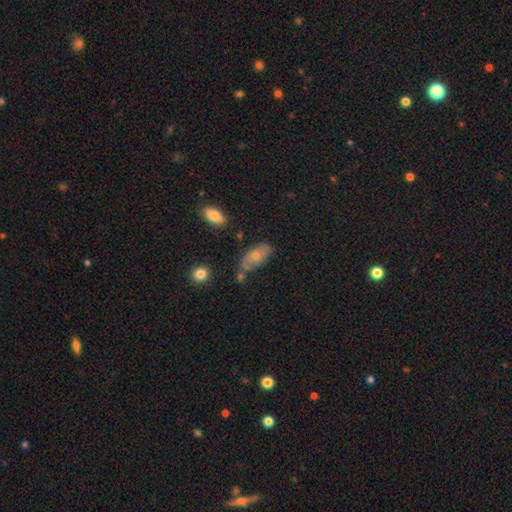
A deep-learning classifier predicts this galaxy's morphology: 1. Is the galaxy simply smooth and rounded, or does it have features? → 52% smooth, 36% featured or disk, 12% star or artifact.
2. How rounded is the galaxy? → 88% in between, 7% cigar-shaped, 5% round.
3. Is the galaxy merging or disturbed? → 56% none, 28% minor disturbance, 8% major disturbance, 8% merger.